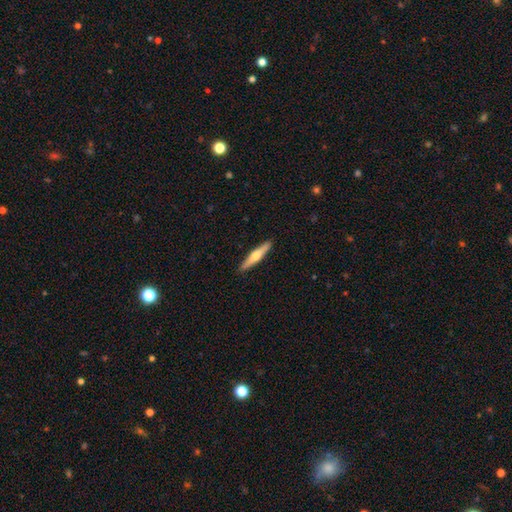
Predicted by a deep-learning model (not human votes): featured or disk 52%, smooth 43%, star or artifact 5%. Down the decision tree: edge-on disk — yes (95%); merging — none (91%).